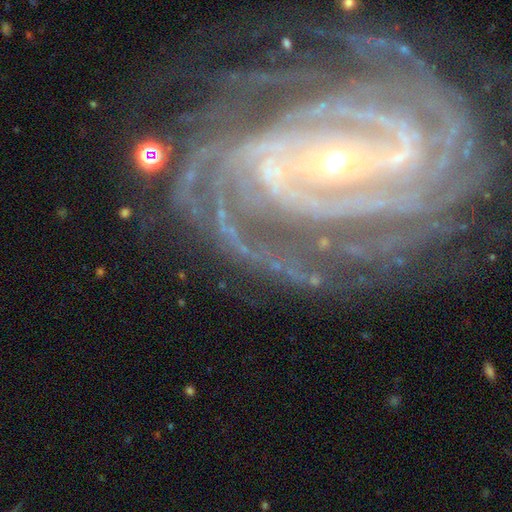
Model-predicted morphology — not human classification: Overall: featured or disk (89%). Edge-on disk: no (96%). Bar: strong (41%; no 33%). Spiral arms: yes (98%). Spiral arm count: 3 (20%, tied with 2). Spiral winding: tight (68%). Bulge size: small (64%; moderate 32%). Merging: none (70%).